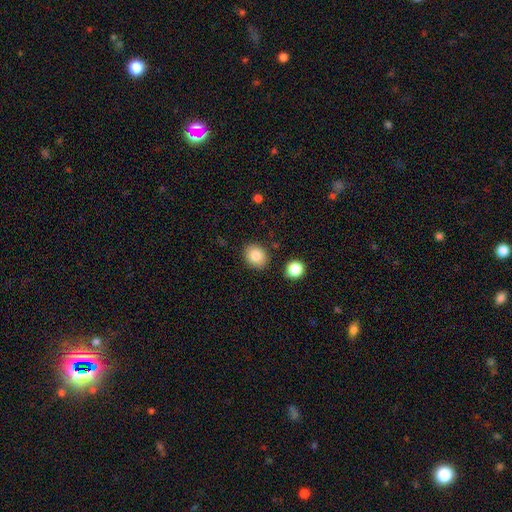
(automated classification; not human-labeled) Morphology: type=smooth (85%); roundness=round (56%); merging=none (85%).